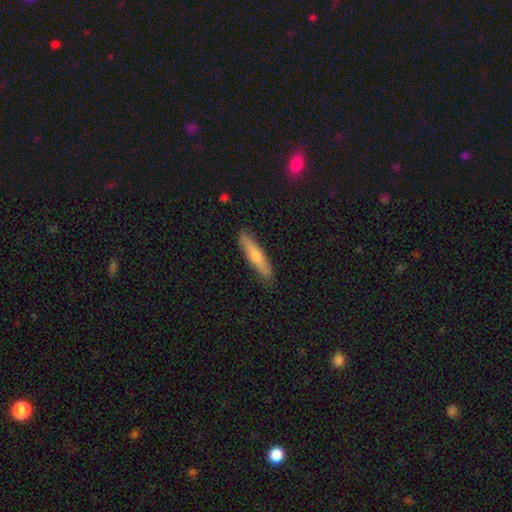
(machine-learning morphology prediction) Overall: smooth (61%; featured or disk 33%). How rounded: cigar-shaped (84%). Merging: none (88%).